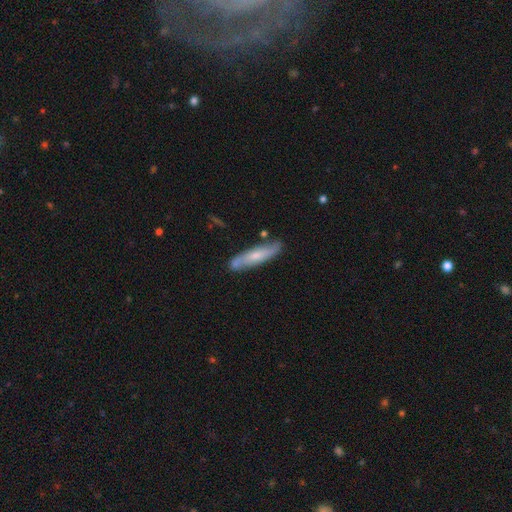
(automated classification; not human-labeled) Smooth or featured? Predicted: featured or disk (p=0.47, tied with smooth). Merging? Predicted: none (p=0.77).